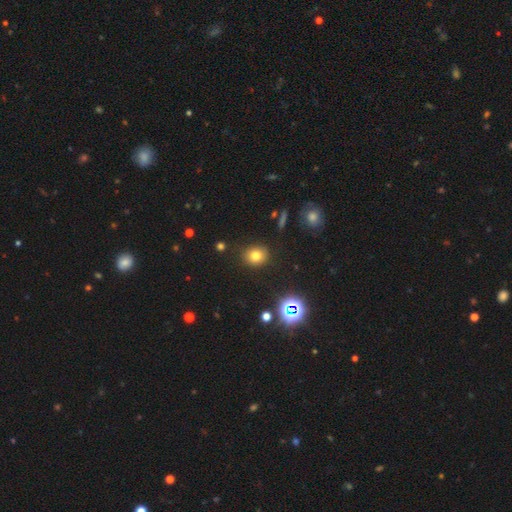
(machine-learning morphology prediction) This is likely a smooth galaxy (74%). How rounded: likely round (76%). Merging: clearly none (87%).